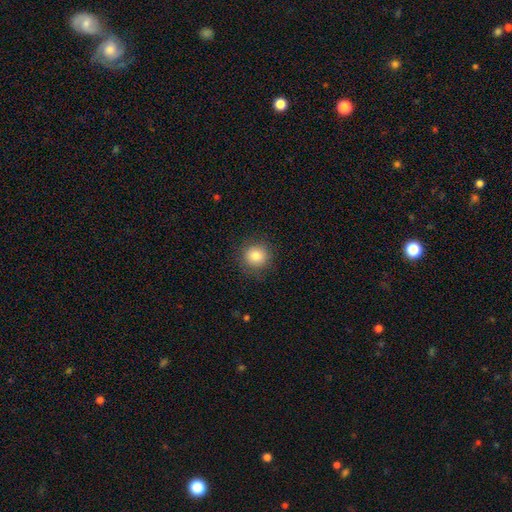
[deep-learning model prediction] smooth-or-featured: smooth: 82% | star or artifact: 10% | featured or disk: 7%
  how-rounded: round: 92% | in between: 7% | cigar-shaped: 1%
  merging: none: 88% | minor disturbance: 8% | major disturbance: 3% | merger: 1%